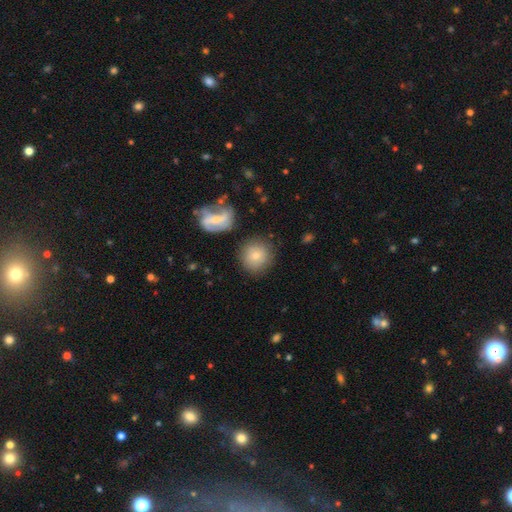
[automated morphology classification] Overall: smooth (72%). How rounded: round (90%). Merging: none (79%).